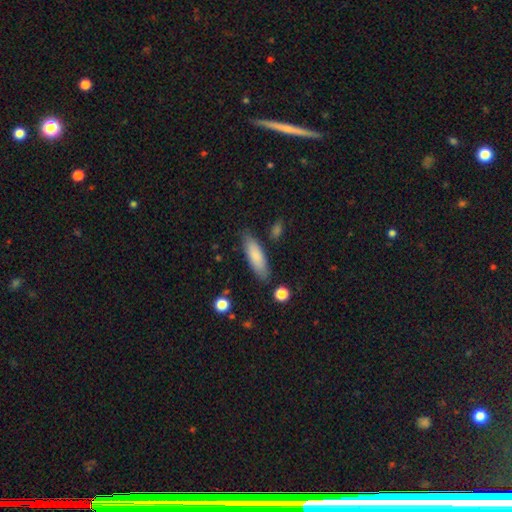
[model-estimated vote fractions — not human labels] Smooth or featured? smooth (83%)
How rounded? cigar-shaped (51%)
Merging? none (82%)